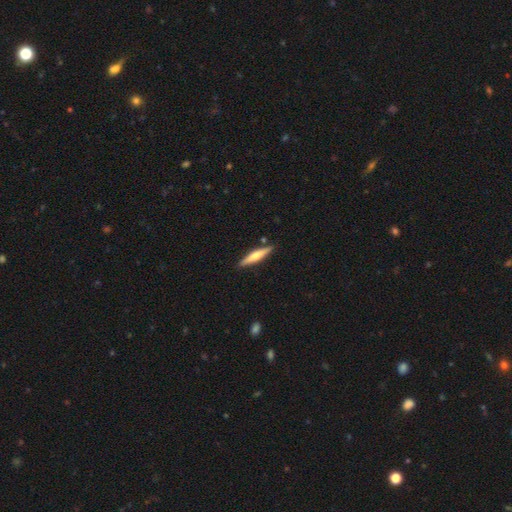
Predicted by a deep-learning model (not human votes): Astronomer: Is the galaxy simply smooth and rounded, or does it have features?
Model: featured or disk — 54% (runner-up: smooth, 41%).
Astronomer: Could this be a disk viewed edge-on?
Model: yes — 97%.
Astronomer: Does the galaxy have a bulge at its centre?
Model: rounded — 84%.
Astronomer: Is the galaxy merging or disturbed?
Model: none — 88%.